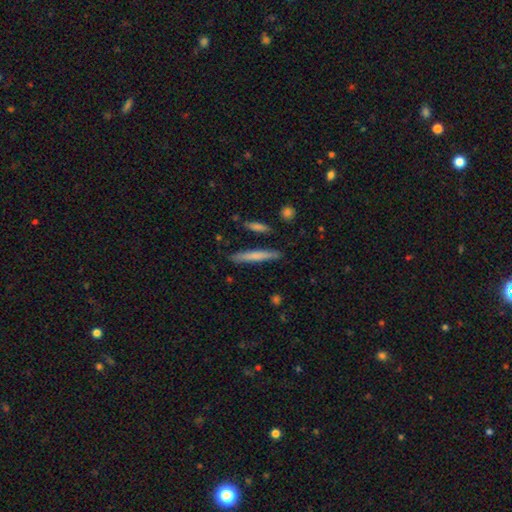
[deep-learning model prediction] Morphology: type=smooth (64%); roundness=cigar-shaped (95%); merging=none (87%).